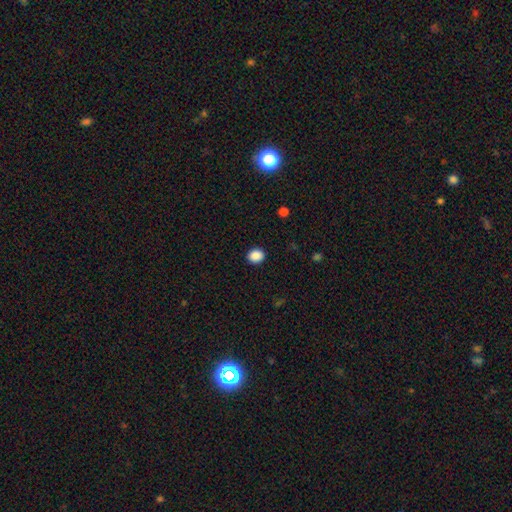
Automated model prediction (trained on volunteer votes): Q: Smooth or featured?
A: smooth (89%); runner-up: star or artifact (9%)
Q: How rounded?
A: round (69%); runner-up: in between (30%)
Q: Merging?
A: none (91%); runner-up: minor disturbance (6%)